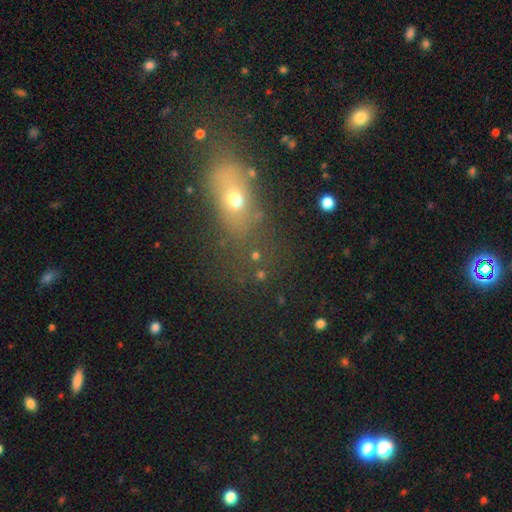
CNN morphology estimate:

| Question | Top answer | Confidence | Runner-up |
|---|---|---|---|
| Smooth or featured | smooth | 54% | star or artifact (28%) |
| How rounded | in between | 58% | round (31%) |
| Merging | none | 57% | minor disturbance (17%) |